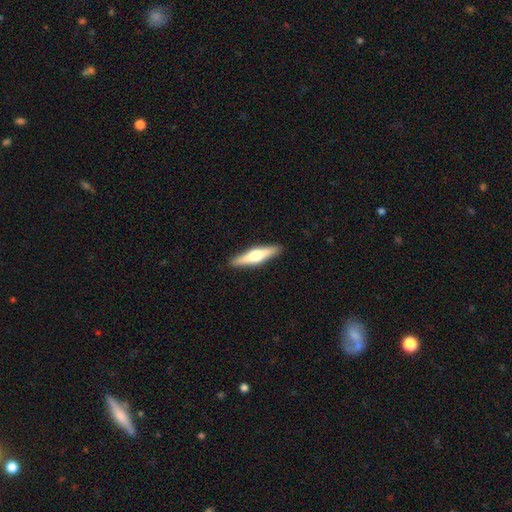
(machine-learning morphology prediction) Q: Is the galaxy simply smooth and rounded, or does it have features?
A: featured or disk — 56%.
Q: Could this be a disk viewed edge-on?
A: yes — 96%.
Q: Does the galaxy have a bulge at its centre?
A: rounded — 91%.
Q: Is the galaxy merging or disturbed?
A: none — 91%.